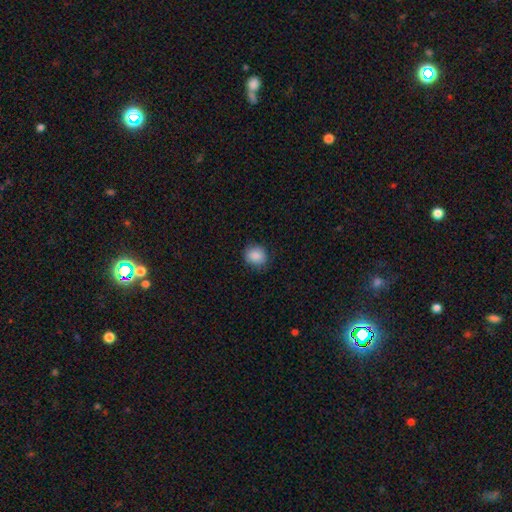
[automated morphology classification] This is clearly a smooth galaxy (88%). How rounded: likely round (74%). Merging: clearly none (83%).